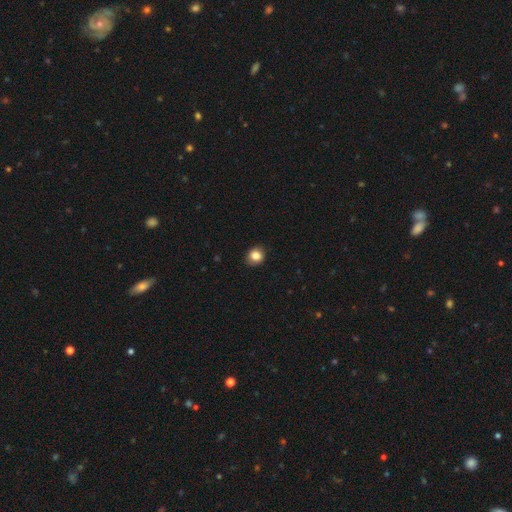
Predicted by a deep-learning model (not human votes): Morphology: type=smooth (85%); roundness=round (78%); merging=none (87%).